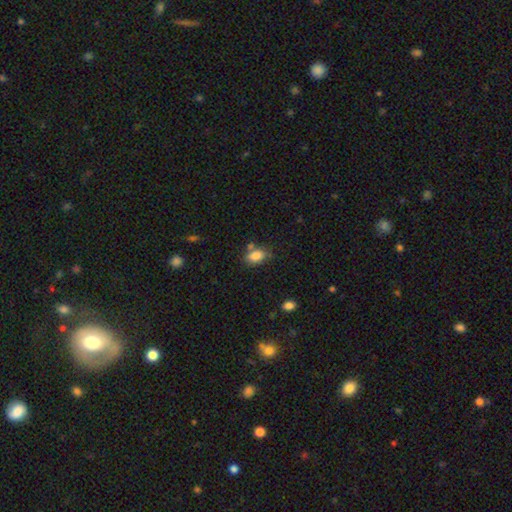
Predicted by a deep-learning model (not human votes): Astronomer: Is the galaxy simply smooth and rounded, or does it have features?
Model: smooth — 84%.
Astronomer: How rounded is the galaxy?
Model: in between — 86%.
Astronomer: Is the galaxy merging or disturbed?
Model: none — 65%.